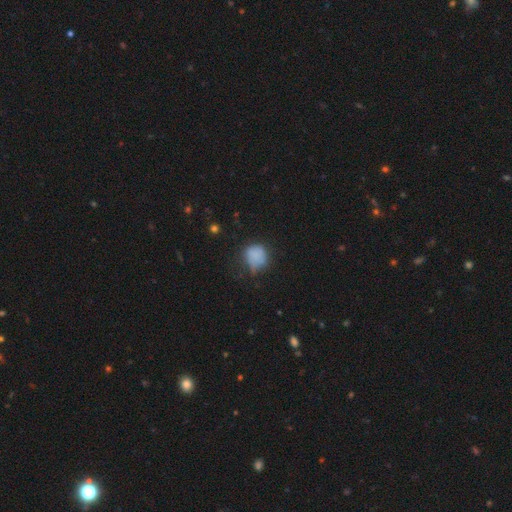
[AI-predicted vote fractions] Overall: smooth (76%). How rounded: round (76%). Merging: none (43%; minor disturbance 36%).